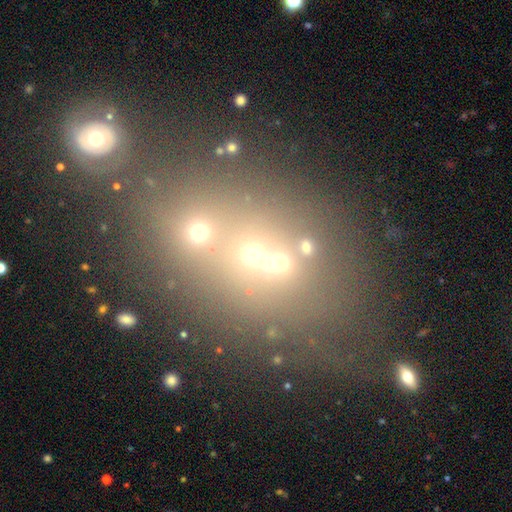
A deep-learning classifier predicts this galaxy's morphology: Smooth or featured?
  - star or artifact: 44% *
  - smooth: 38%
  - featured or disk: 18%